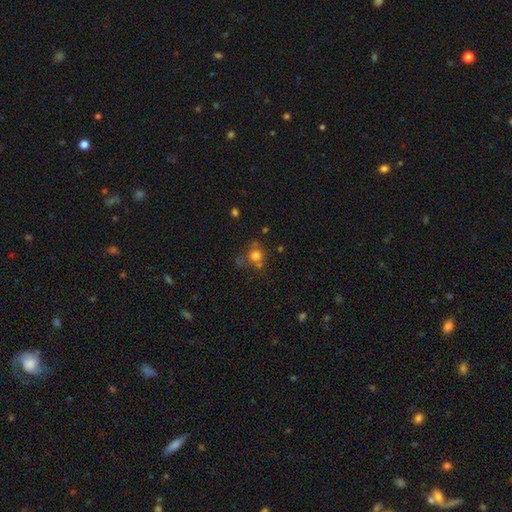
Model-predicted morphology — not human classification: Smooth or featured? Predicted: smooth (p=0.70). How rounded? Predicted: round (p=0.85). Merging? Predicted: none (p=0.56).